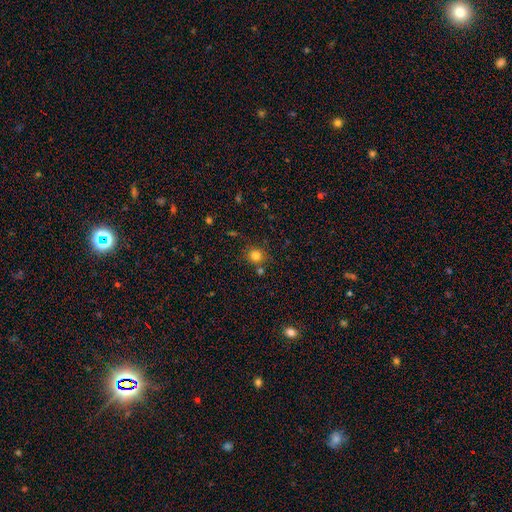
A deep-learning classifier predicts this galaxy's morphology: Overall: smooth (81%). How rounded: round (87%). Merging: none (76%).